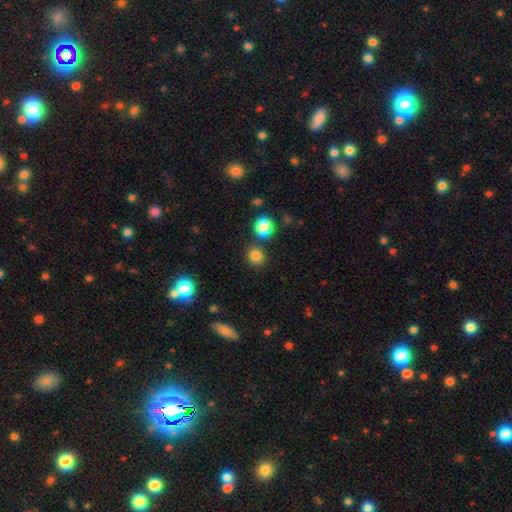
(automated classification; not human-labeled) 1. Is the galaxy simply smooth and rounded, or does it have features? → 81% smooth, 14% star or artifact, 5% featured or disk.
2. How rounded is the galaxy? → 81% round, 18% in between, 1% cigar-shaped.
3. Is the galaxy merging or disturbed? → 82% none, 8% minor disturbance, 7% merger, 3% major disturbance.